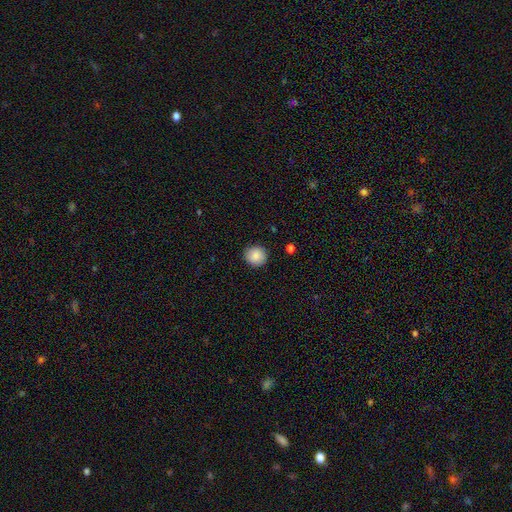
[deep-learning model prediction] smooth-or-featured: smooth: 88% | star or artifact: 8% | featured or disk: 4%
  how-rounded: round: 89% | in between: 10% | cigar-shaped: 1%
  merging: none: 90% | minor disturbance: 7% | major disturbance: 2% | merger: 1%